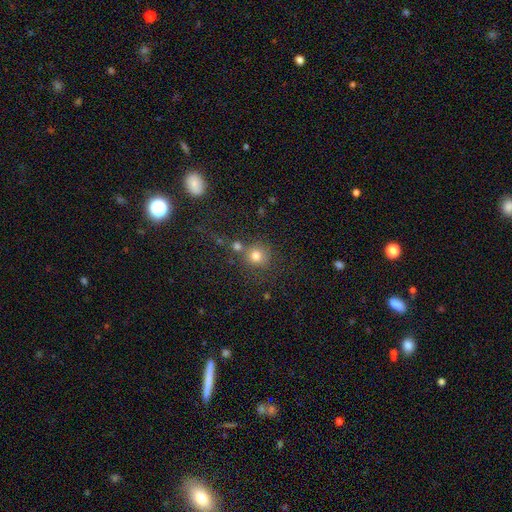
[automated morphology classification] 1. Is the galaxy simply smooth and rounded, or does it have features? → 77% smooth, 15% star or artifact, 8% featured or disk.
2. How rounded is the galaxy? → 88% round, 11% in between, 1% cigar-shaped.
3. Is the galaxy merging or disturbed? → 58% none, 26% merger, 10% minor disturbance, 6% major disturbance.